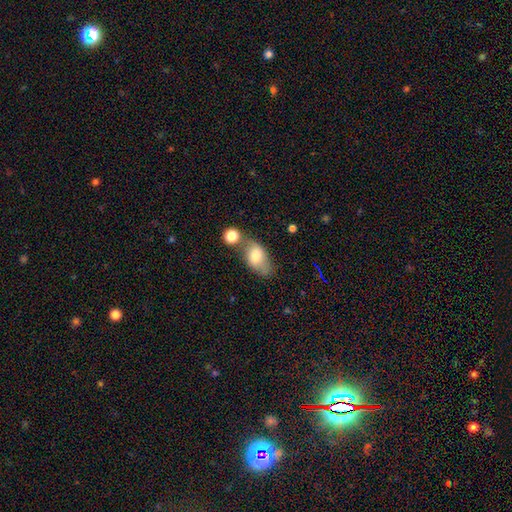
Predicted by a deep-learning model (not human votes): This appears to be a smooth galaxy with no disk features (75%) that is in between round and cigar-shaped (89%). Merging: none (38%).